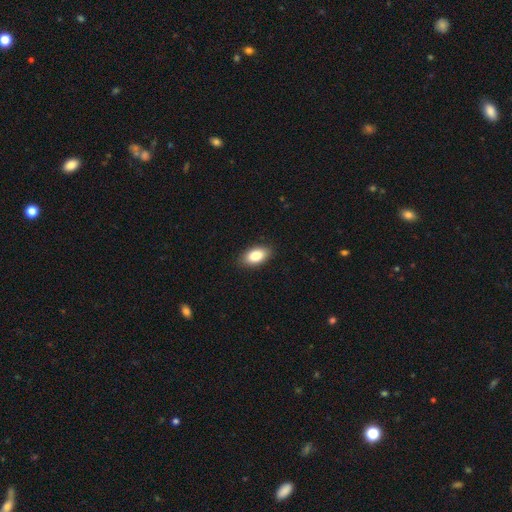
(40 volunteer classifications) smooth-or-featured: smooth: 88% | featured or disk: 8% | star or artifact: 5%
  how-rounded: in between: 94% | round: 6% | cigar-shaped: 0%
  merging: none: 76% | minor disturbance: 18% | major disturbance: 3% | merger: 3%